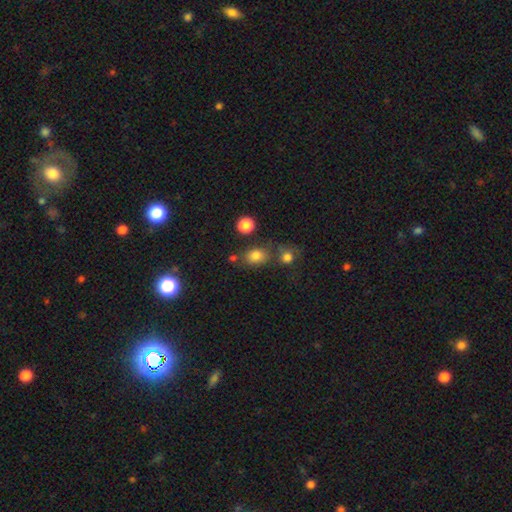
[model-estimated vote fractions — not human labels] Overall: smooth (79%). How rounded: in between (55%; round 43%). Merging: none (67%).